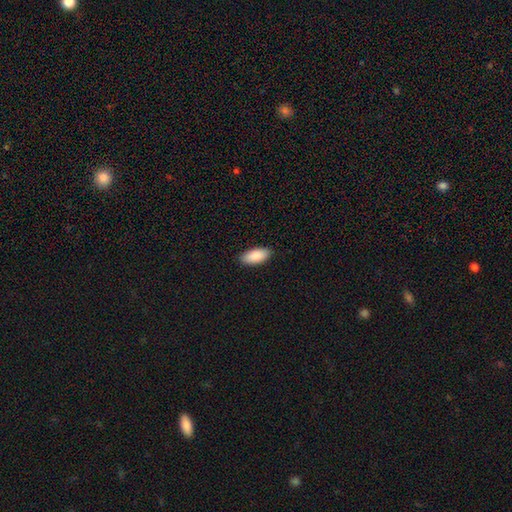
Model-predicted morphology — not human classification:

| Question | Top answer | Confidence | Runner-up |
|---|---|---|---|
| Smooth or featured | smooth | 90% | star or artifact (6%) |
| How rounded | in between | 89% | cigar-shaped (9%) |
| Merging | none | 88% | minor disturbance (9%) |